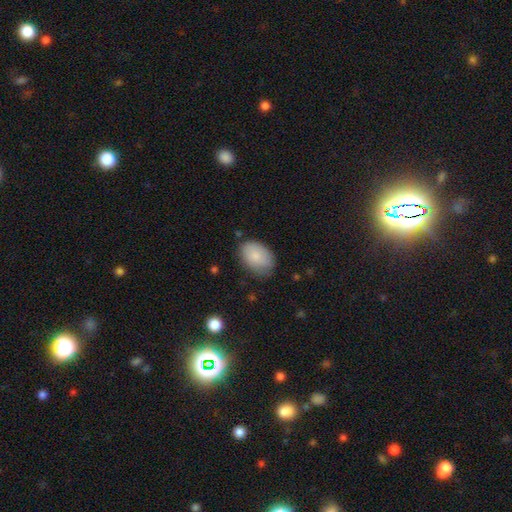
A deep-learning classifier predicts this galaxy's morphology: smooth-or-featured: smooth: 83% | featured or disk: 10% | star or artifact: 6%
  how-rounded: in between: 85% | round: 14% | cigar-shaped: 1%
  merging: none: 72% | minor disturbance: 22% | major disturbance: 5% | merger: 2%